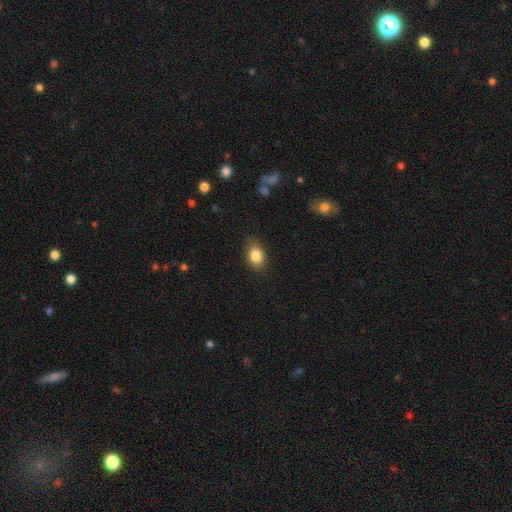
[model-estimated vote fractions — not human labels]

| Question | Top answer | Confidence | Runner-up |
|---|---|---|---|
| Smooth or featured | smooth | 84% | star or artifact (9%) |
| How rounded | in between | 79% | round (19%) |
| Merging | none | 81% | minor disturbance (14%) |